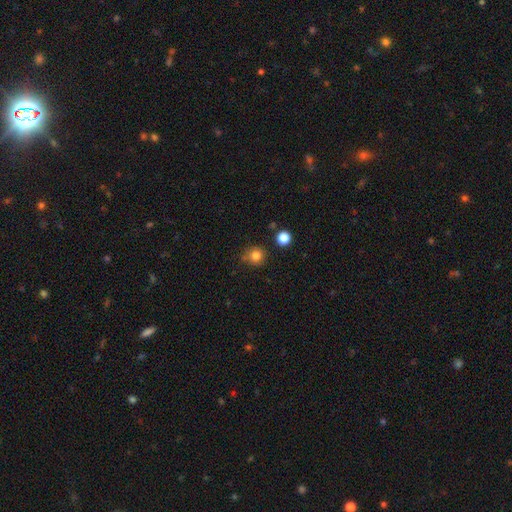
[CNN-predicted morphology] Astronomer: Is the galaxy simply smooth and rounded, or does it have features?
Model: smooth — 82%.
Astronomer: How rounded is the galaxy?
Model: round — 91%.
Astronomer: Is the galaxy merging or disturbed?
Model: none — 78%.